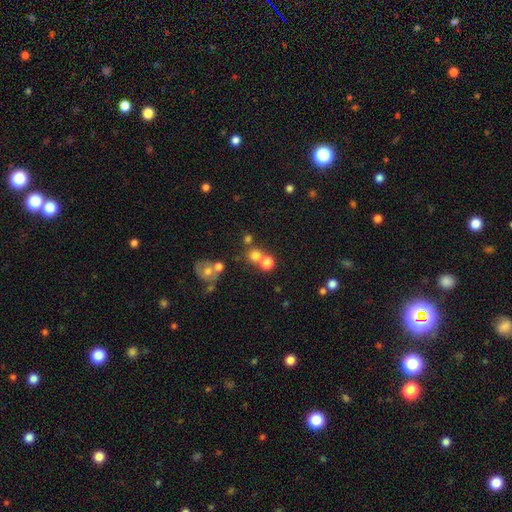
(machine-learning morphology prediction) smooth_or_featured: smooth (p=0.72) [alt: star or artifact p=0.17]
how_rounded: round (p=0.87) [alt: in between p=0.12]
merging: none (p=0.56) [alt: merger p=0.32]